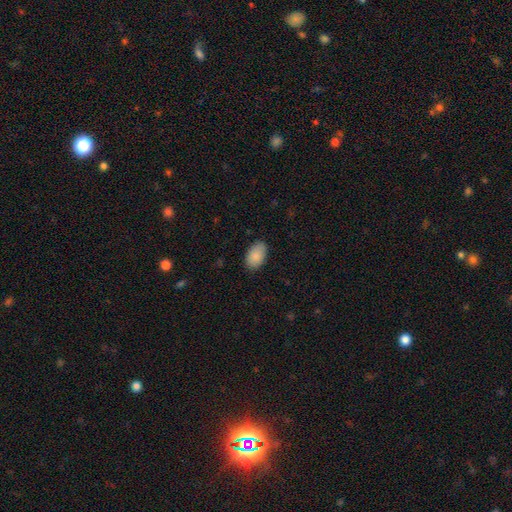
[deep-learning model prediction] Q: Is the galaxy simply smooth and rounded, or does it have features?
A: smooth — 89%.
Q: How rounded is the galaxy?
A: in between — 93%.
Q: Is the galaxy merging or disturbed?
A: none — 85%.